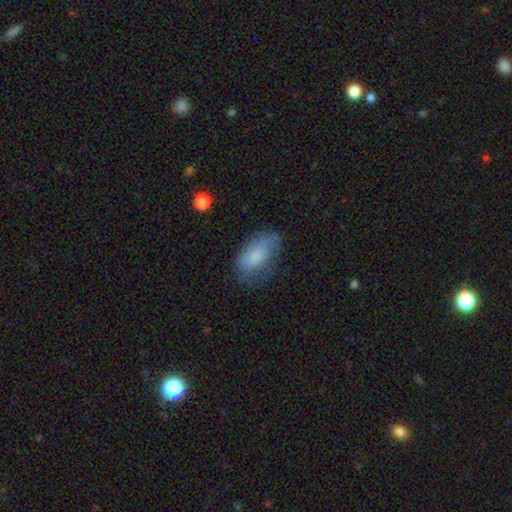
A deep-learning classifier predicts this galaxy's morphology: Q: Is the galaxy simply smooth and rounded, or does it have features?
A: smooth — 77%.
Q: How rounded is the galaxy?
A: in between — 92%.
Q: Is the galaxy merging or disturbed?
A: none — 54%.